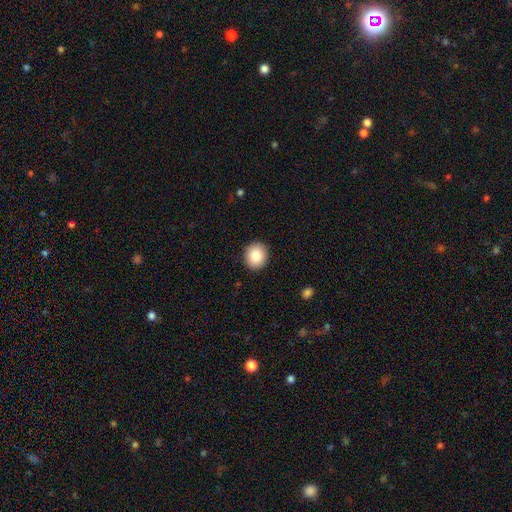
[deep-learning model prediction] A smooth galaxy with no disk features (84%) that is round (78%).

Vote fractions:
- Smooth or featured? smooth: 84% / star or artifact: 8% / featured or disk: 8%
- How rounded? round: 78% / in between: 21% / cigar-shaped: 1%
- Merging? none: 91% / minor disturbance: 6% / major disturbance: 2% / merger: 1%